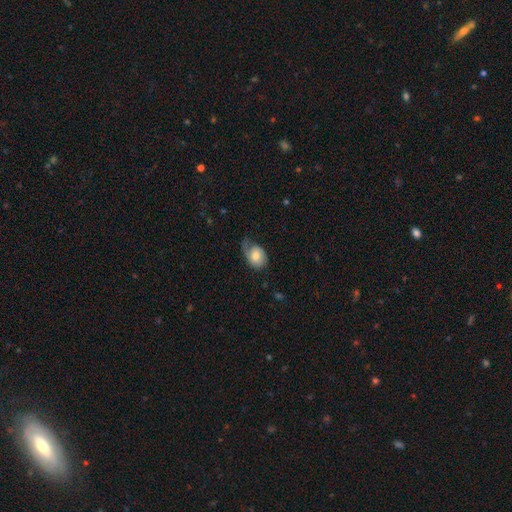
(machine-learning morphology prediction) Smooth or featured? smooth (54%)
How rounded? in between (70%)
Merging? none (38%)